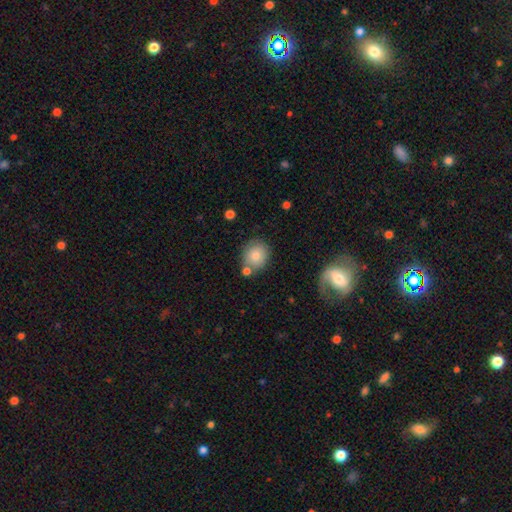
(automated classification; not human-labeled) Smooth or featured? smooth (79%)
How rounded? round (71%)
Merging? none (67%)